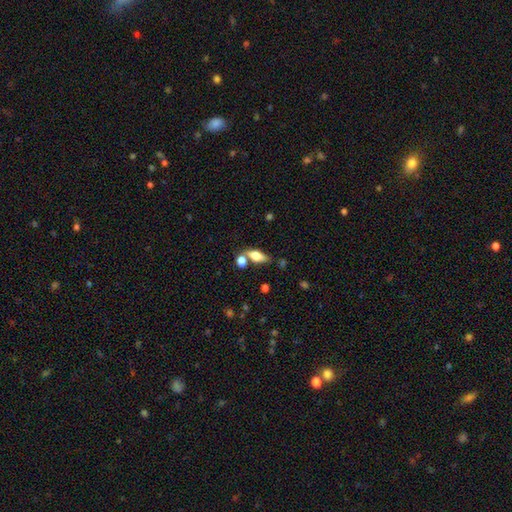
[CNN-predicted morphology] smooth_or_featured: smooth (p=0.61) [alt: featured or disk p=0.31]
how_rounded: in between (p=0.68) [alt: cigar-shaped p=0.26]
merging: none (p=0.58) [alt: merger p=0.23]